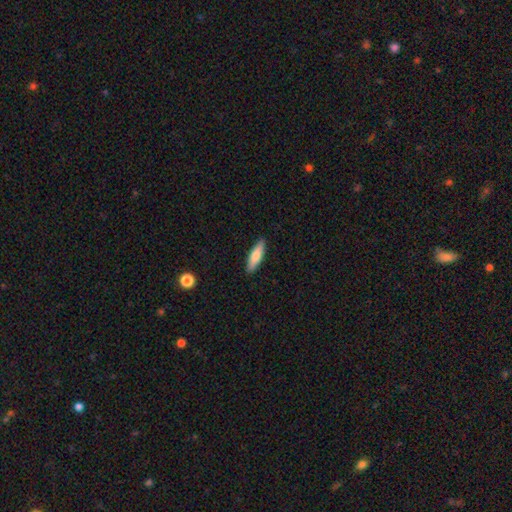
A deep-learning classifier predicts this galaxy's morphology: This appears to be a smooth galaxy with no disk features (76%) that is cigar-shaped (64%). Merging: none (89%).